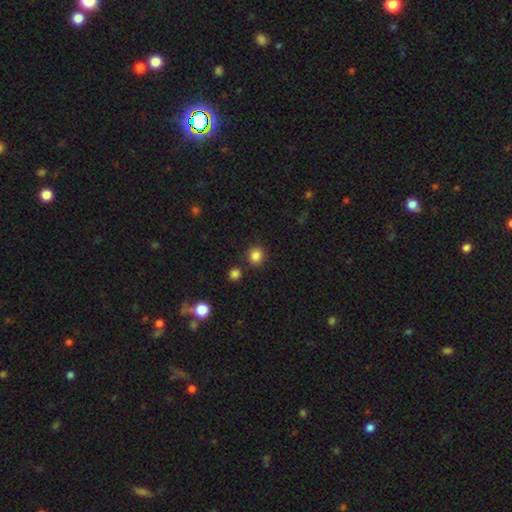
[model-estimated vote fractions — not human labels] Overall: smooth (85%). How rounded: round (86%). Merging: none (85%).